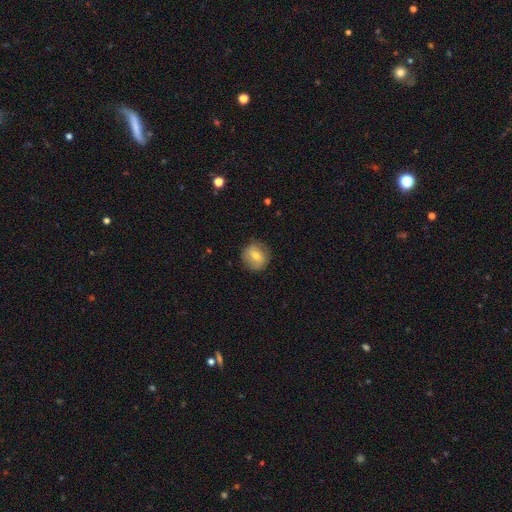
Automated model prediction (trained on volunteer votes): smooth_or_featured: smooth (p=0.63) [alt: featured or disk p=0.28]
how_rounded: round (p=0.88) [alt: in between p=0.11]
merging: none (p=0.85) [alt: minor disturbance p=0.11]